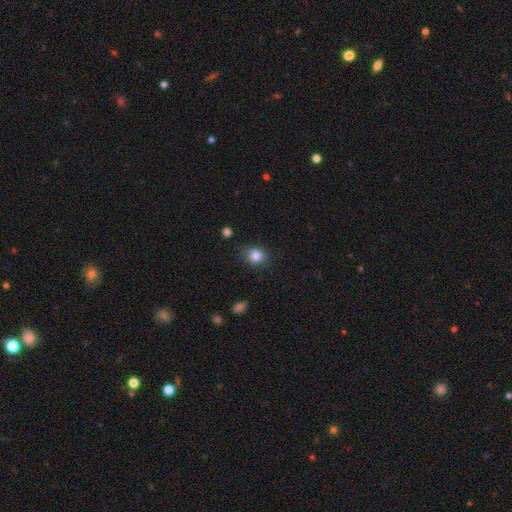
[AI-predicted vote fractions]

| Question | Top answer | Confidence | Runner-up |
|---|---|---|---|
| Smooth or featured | smooth | 83% | star or artifact (10%) |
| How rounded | round | 58% | in between (41%) |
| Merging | none | 76% | minor disturbance (18%) |